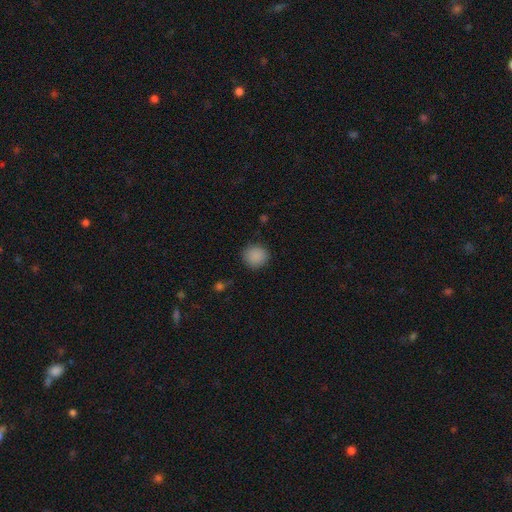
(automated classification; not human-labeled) The model was most divided on "smooth or featured": smooth: 88%, star or artifact: 9%, featured or disk: 3%. More confident: how rounded — round (91%); merging — none (89%).